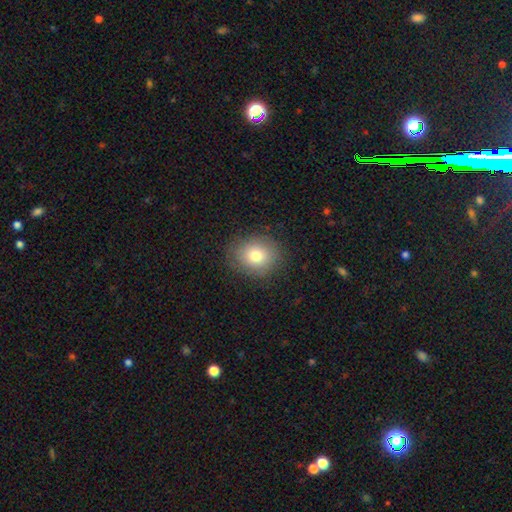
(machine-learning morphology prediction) type=smooth (77%); roundness=round (69%); merging=none (86%).